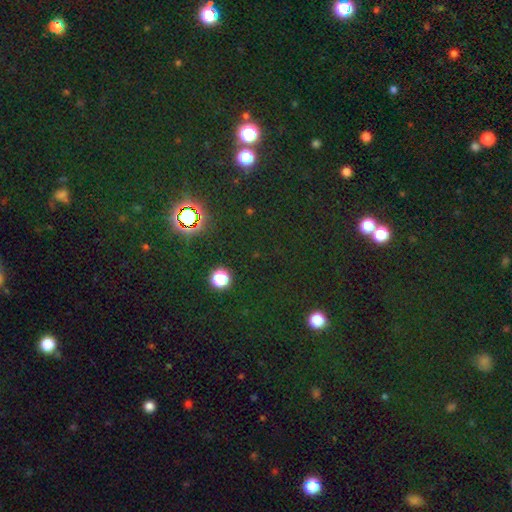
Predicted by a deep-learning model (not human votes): Smooth or featured? star or artifact (73%)